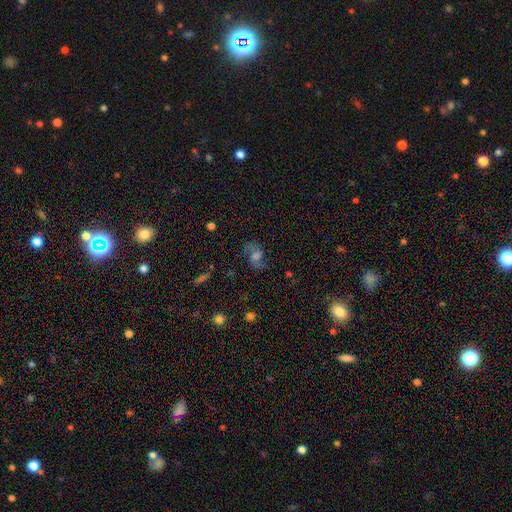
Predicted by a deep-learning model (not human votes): Smooth or featured: featured or disk — 60% (smooth — 23%)
Edge-on disk: no — 96% (yes — 4%)
Bar: no — 45% (weak — 43%)
Spiral arms: yes — 88% (no — 12%)
Spiral winding: loose — 53% (medium — 38%)
Spiral arm count: 2 — 87% (can't tell — 6%)
Bulge size: moderate — 36% (large — 23%)
Merging: none — 68% (minor disturbance — 17%)